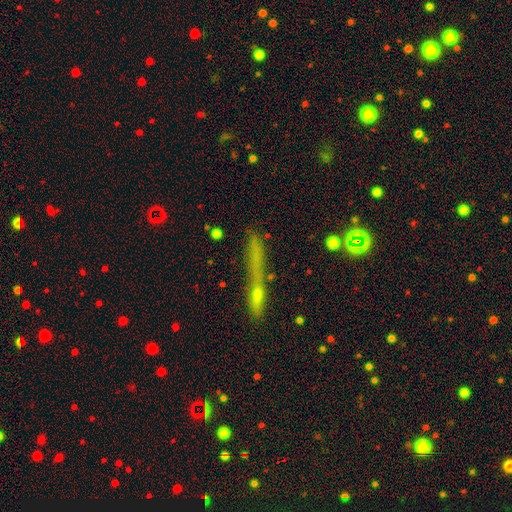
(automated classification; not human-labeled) Smooth or featured: smooth — 48% (star or artifact — 27%)
Merging: none — 63% (merger — 17%)